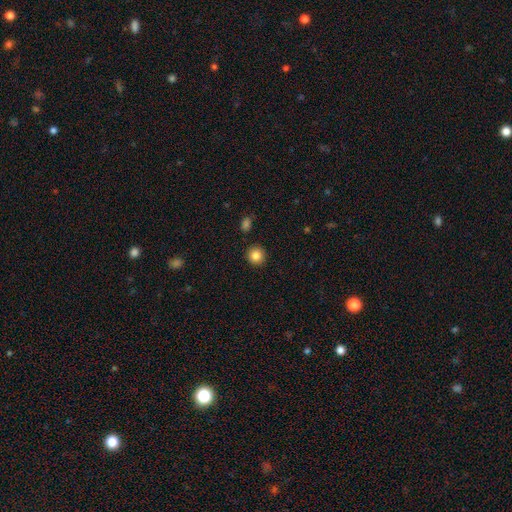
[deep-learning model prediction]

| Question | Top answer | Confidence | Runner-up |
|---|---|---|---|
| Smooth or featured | smooth | 84% | star or artifact (10%) |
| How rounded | round | 93% | in between (6%) |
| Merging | none | 91% | minor disturbance (5%) |